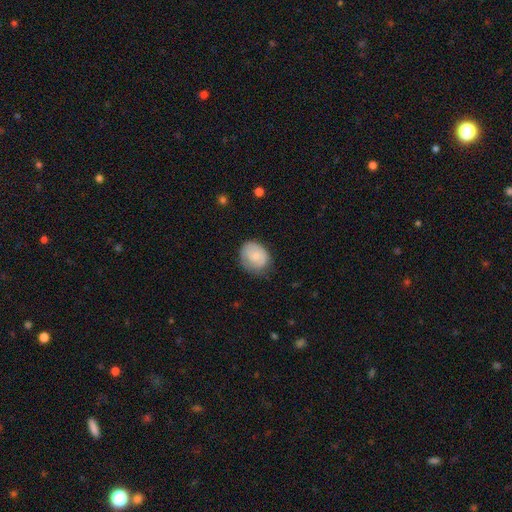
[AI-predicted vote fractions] Smooth or featured: smooth — 65% (featured or disk — 28%)
How rounded: round — 57% (in between — 42%)
Merging: none — 66% (minor disturbance — 25%)